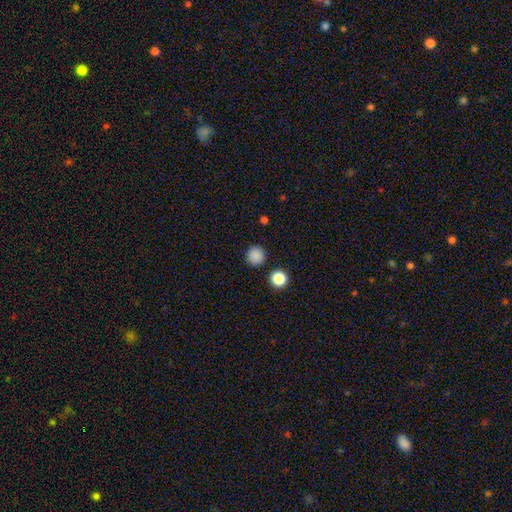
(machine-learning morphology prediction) Q: Smooth or featured?
A: smooth (86%); runner-up: star or artifact (11%)
Q: How rounded?
A: round (94%); runner-up: in between (5%)
Q: Merging?
A: none (89%); runner-up: minor disturbance (7%)